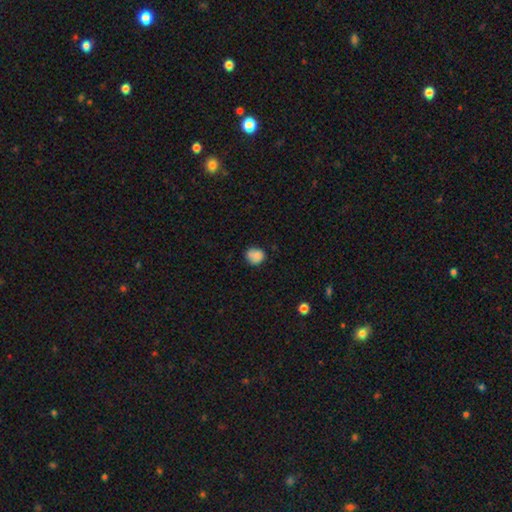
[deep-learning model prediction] Q: Smooth or featured?
A: smooth (81%); runner-up: featured or disk (10%)
Q: How rounded?
A: round (73%); runner-up: in between (26%)
Q: Merging?
A: none (63%); runner-up: minor disturbance (23%)